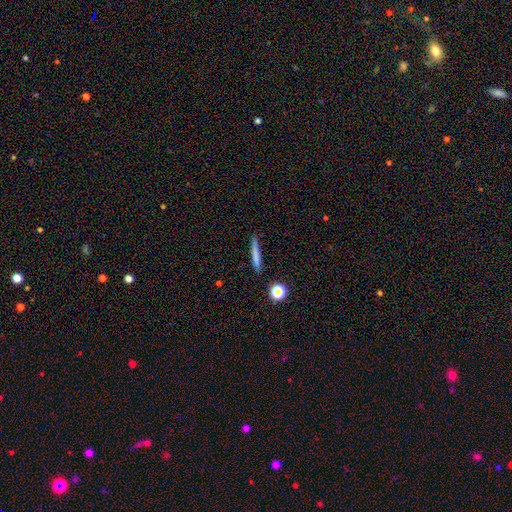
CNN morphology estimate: Smooth or featured?
  - smooth: 73% *
  - featured or disk: 18%
  - star or artifact: 9%
How rounded?
  - cigar-shaped: 93% *
  - in between: 4%
  - round: 2%
Merging?
  - none: 85% *
  - minor disturbance: 10%
  - major disturbance: 2%
  - merger: 2%